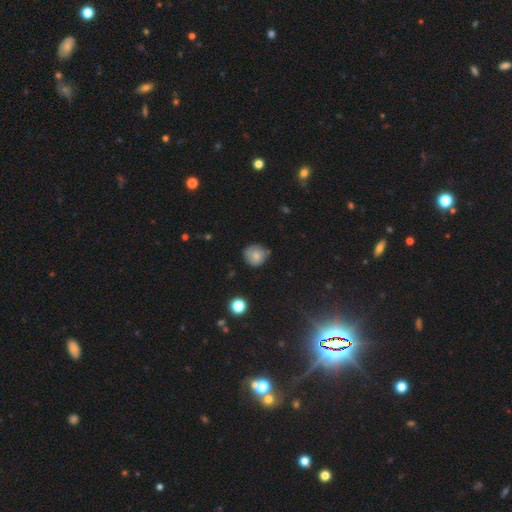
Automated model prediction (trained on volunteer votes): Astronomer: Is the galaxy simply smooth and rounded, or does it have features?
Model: smooth — 73%.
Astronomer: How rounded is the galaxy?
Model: round — 87%.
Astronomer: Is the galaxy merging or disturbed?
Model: none — 69%.